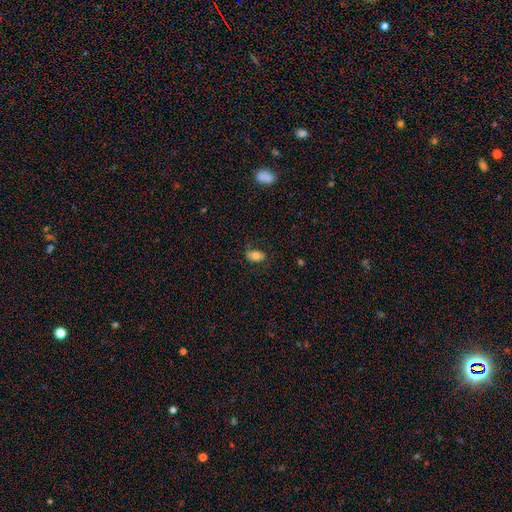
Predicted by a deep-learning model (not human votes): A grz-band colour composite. It shows a smooth galaxy with no disk features (71%) that is in between round and cigar-shaped (87%). Merging: none (73%).